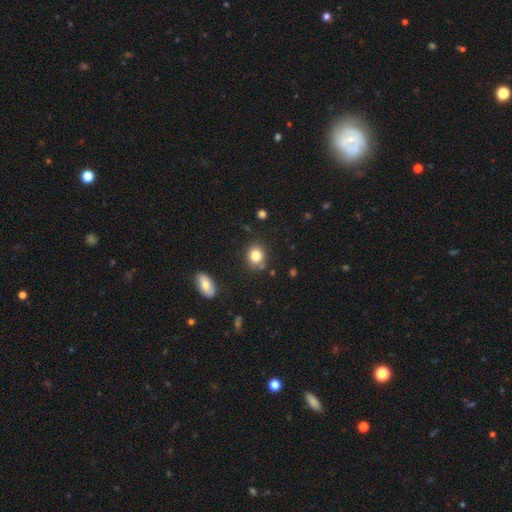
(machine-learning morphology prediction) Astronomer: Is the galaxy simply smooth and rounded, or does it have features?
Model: smooth — 83%.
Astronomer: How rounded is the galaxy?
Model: round — 72%.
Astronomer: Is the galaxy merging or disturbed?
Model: none — 81%.